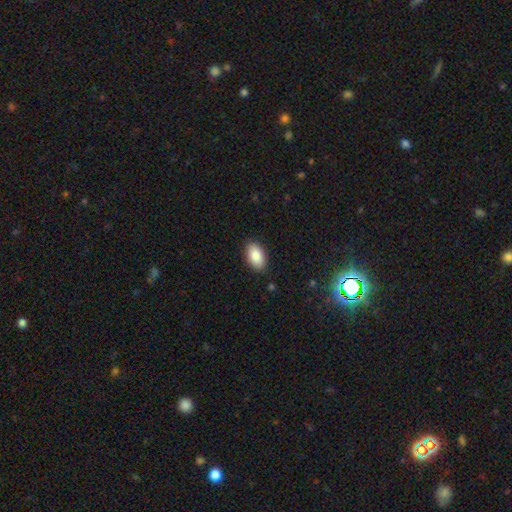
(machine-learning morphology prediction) smooth 86%, star or artifact 7%, featured or disk 7%. Down the decision tree: how rounded — in between (93%); merging — none (87%).